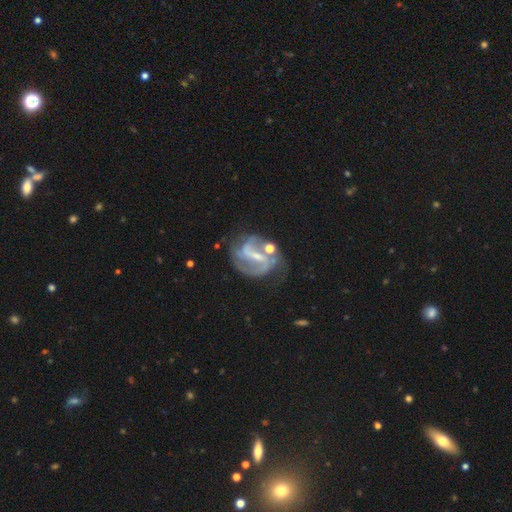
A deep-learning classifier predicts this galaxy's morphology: Smooth or featured? Predicted: featured or disk (p=0.86). Edge-on disk? Predicted: no (p=0.97). Bar? Predicted: strong (p=0.56). Spiral arms? Predicted: yes (p=0.93). Spiral winding? Predicted: medium (p=0.48). Spiral arm count? Predicted: 2 (p=0.77). Bulge size? Predicted: small (p=0.62). Merging? Predicted: none (p=0.56).